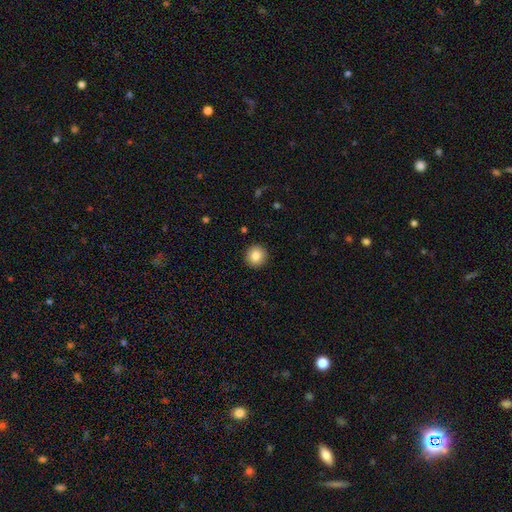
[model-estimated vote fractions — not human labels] Smooth or featured?
  - smooth: 85% *
  - star or artifact: 9%
  - featured or disk: 7%
How rounded?
  - round: 94% *
  - in between: 5%
  - cigar-shaped: 1%
Merging?
  - none: 92% *
  - minor disturbance: 5%
  - major disturbance: 2%
  - merger: 1%